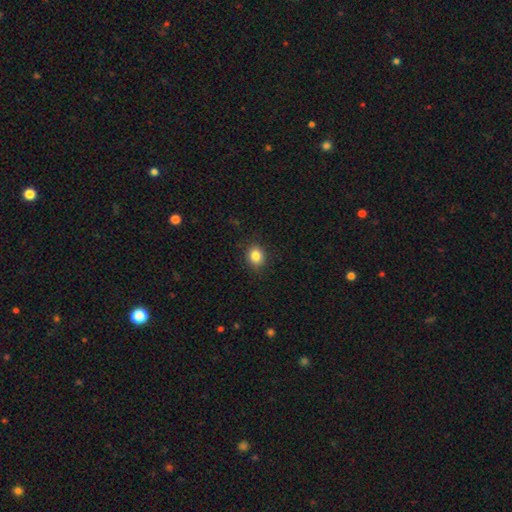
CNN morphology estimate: type=smooth (85%); roundness=round (64%); merging=none (88%).